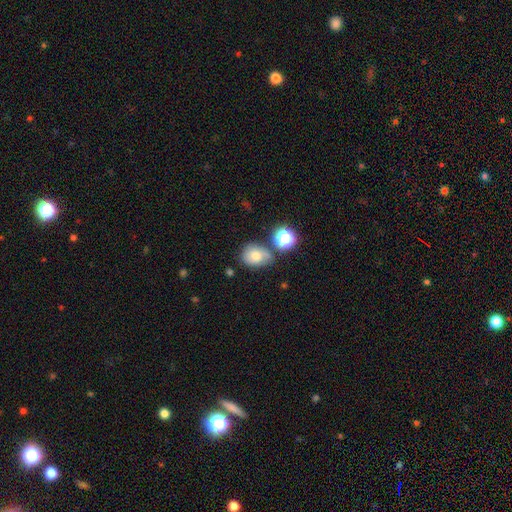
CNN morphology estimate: type=smooth (67%); roundness=round (51%); merging=none (52%).